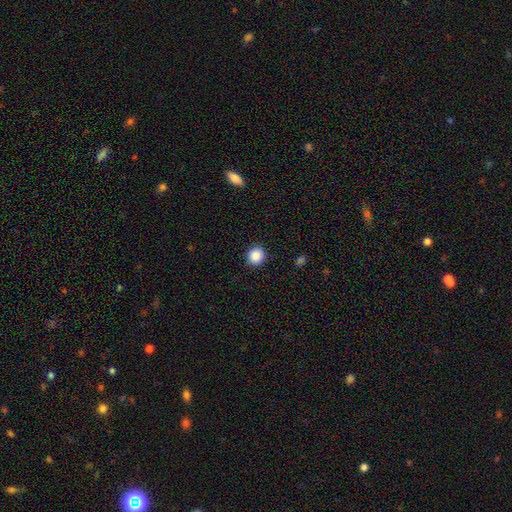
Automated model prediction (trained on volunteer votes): Smooth or featured? smooth (87%)
How rounded? round (92%)
Merging? none (92%)